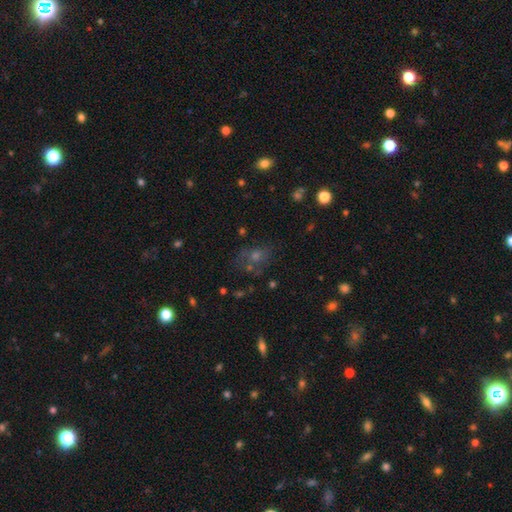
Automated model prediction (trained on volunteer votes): A smooth galaxy with no disk features (40%). Merging: none (61%).